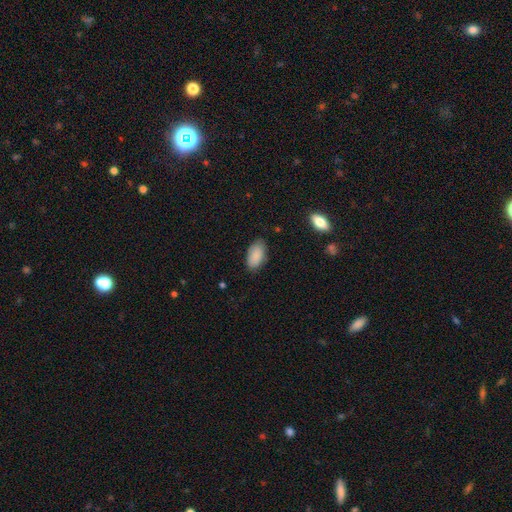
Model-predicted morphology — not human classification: Q: Smooth or featured?
A: smooth (89%); runner-up: star or artifact (6%)
Q: How rounded?
A: in between (95%); runner-up: round (3%)
Q: Merging?
A: none (80%); runner-up: minor disturbance (16%)